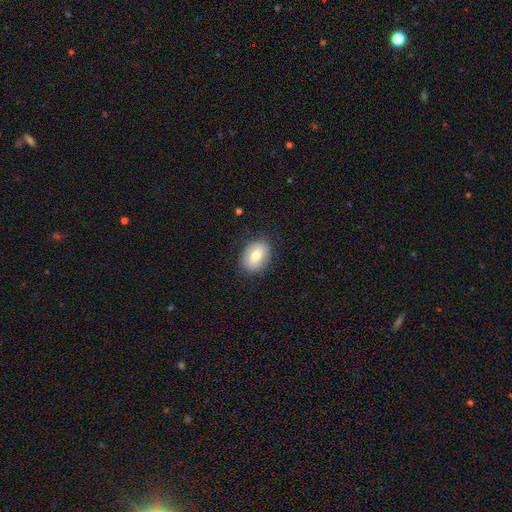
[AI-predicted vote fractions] Smooth or featured? smooth (67%)
How rounded? in between (73%)
Merging? none (83%)